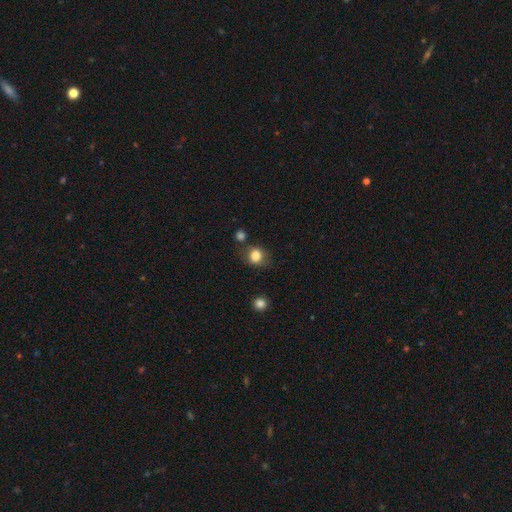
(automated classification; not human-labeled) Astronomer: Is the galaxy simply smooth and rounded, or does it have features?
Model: smooth — 82%.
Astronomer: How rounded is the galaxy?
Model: round — 66%.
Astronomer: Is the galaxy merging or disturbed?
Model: none — 71%.